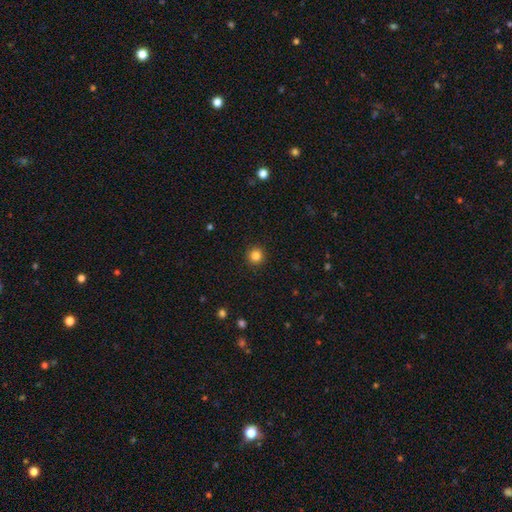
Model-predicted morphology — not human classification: Smooth or featured? Predicted: smooth (p=0.84). How rounded? Predicted: round (p=0.95). Merging? Predicted: none (p=0.93).